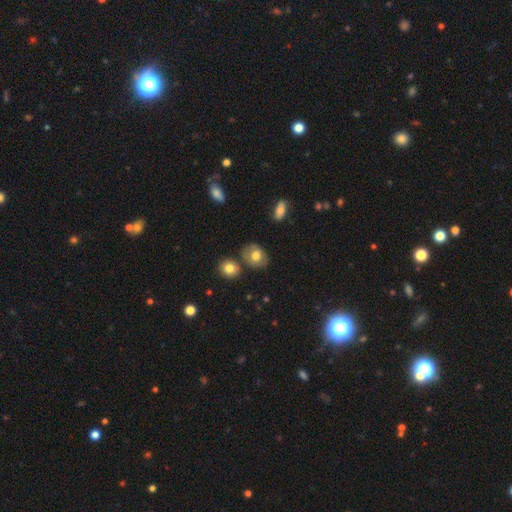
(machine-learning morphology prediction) Overall: smooth (62%; featured or disk 30%). How rounded: in between (53%; round 46%). Merging: none (70%).